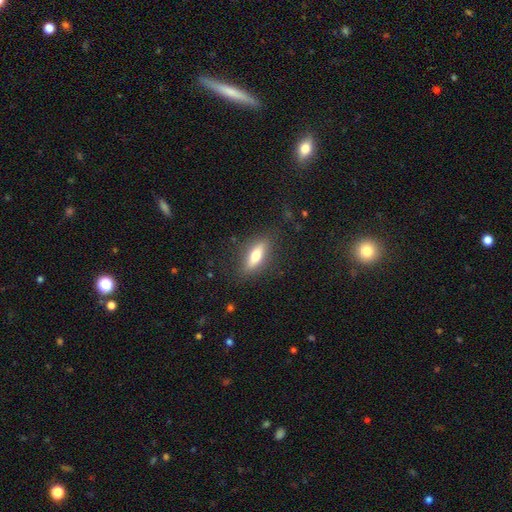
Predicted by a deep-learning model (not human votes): Morphology: type=smooth (63%); roundness=in between (58%); merging=none (83%).